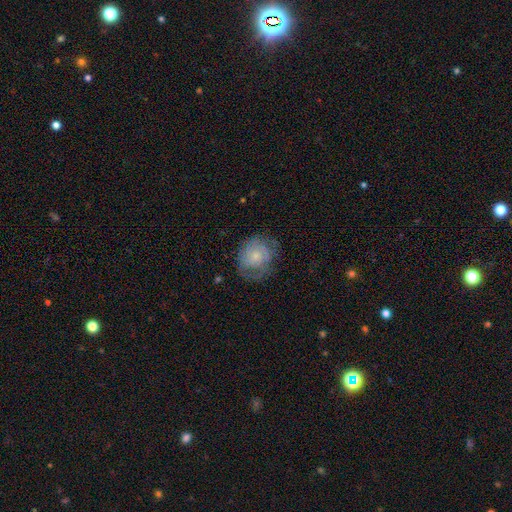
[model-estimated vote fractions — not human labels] Smooth or featured?
  - smooth: 52% *
  - featured or disk: 40%
  - star or artifact: 8%
How rounded?
  - round: 71% *
  - in between: 28%
  - cigar-shaped: 1%
Merging?
  - none: 56% *
  - minor disturbance: 26%
  - major disturbance: 18%
  - merger: 1%